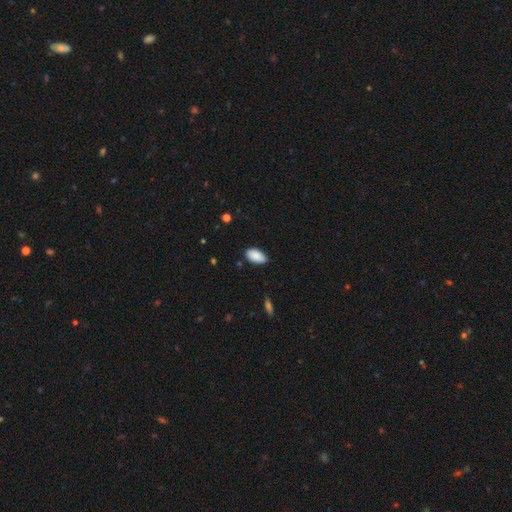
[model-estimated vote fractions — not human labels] A smooth galaxy with no disk features (89%) that is in between round and cigar-shaped (95%). Merging: none (81%).